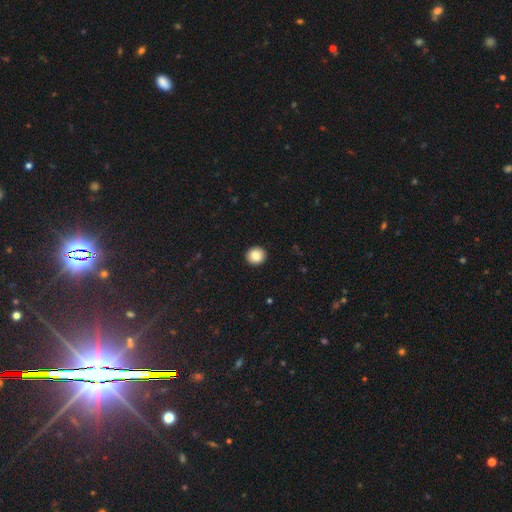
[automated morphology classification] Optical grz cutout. It shows a smooth galaxy with no disk features (86%) that is round (87%). Merging: none (93%).